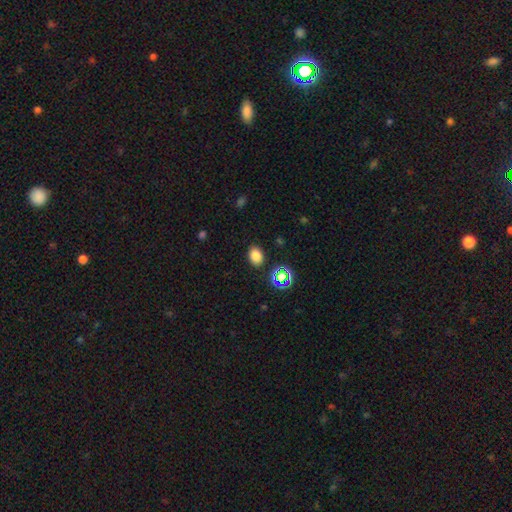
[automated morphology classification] A smooth galaxy with no disk features (79%) that is in between round and cigar-shaped (71%). Merging: none (86%).